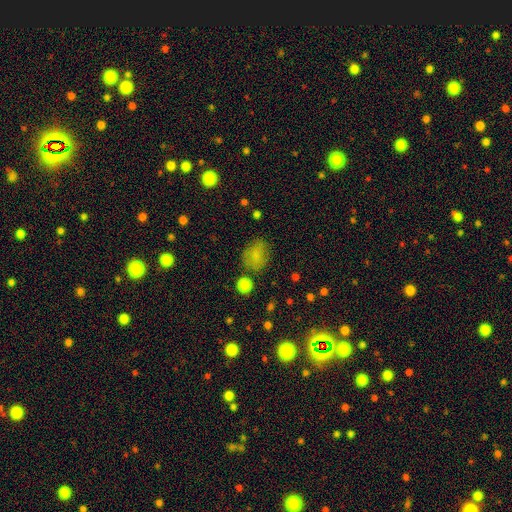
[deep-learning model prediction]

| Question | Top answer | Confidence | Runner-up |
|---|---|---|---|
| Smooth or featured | smooth | 78% | star or artifact (13%) |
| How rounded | in between | 49% | tied: round (49%) |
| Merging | none | 69% | minor disturbance (19%) |